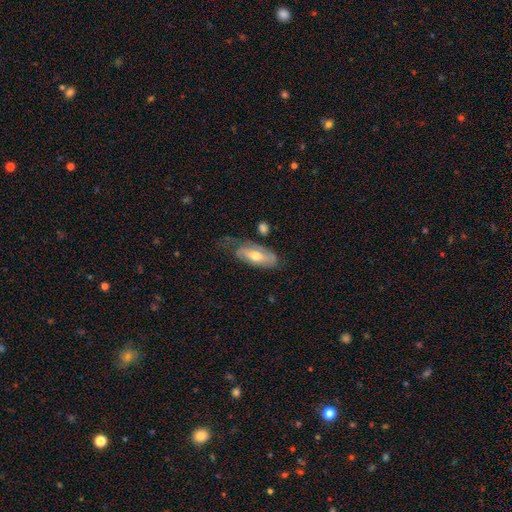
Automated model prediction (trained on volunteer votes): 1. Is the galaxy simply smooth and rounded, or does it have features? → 49% featured or disk, 45% smooth, 6% star or artifact.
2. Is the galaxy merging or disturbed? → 46% none, 29% minor disturbance, 20% major disturbance, 5% merger.